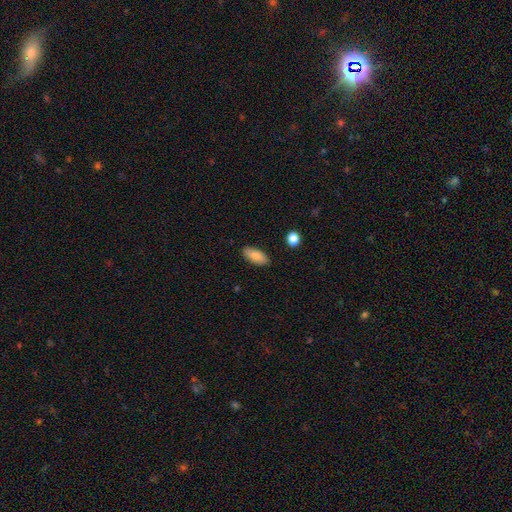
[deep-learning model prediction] Smooth or featured? Predicted: smooth (p=0.84). How rounded? Predicted: in between (p=0.87). Merging? Predicted: none (p=0.87).